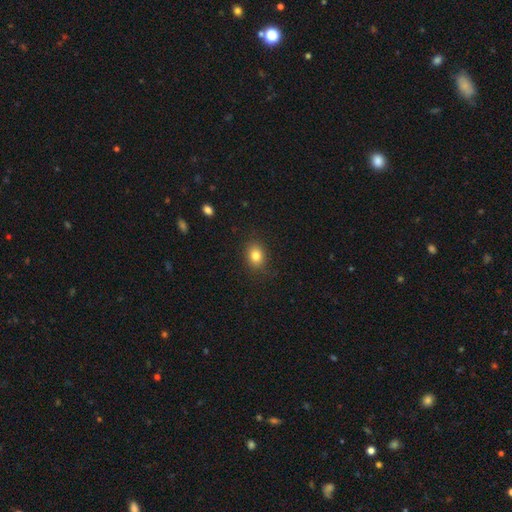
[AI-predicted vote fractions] This is clearly a smooth galaxy (82%). How rounded: possibly in between (52%). Merging: clearly none (86%).